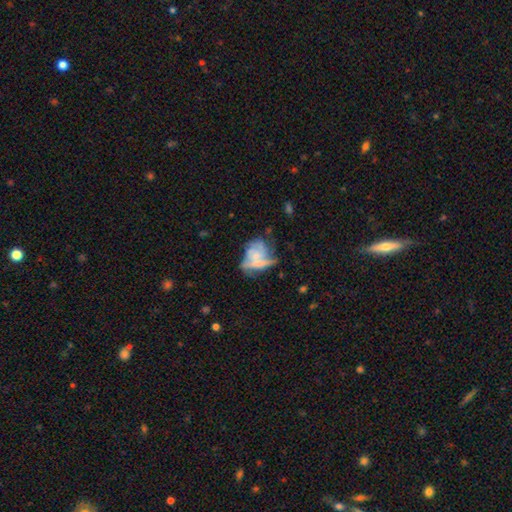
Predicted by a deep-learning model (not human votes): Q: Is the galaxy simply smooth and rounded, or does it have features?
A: featured or disk — 54%.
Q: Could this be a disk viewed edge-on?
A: no — 95%.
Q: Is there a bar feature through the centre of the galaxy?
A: no — 80%.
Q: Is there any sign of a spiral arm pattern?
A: yes — 54%.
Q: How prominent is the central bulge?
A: small — 56%.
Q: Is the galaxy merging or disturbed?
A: none — 33%.